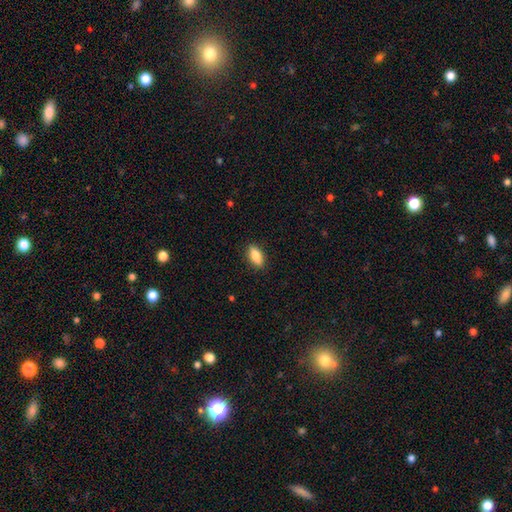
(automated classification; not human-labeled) smooth_or_featured: smooth (p=0.82) [alt: featured or disk p=0.11]
how_rounded: in between (p=0.81) [alt: cigar-shaped p=0.16]
merging: none (p=0.88) [alt: minor disturbance p=0.09]